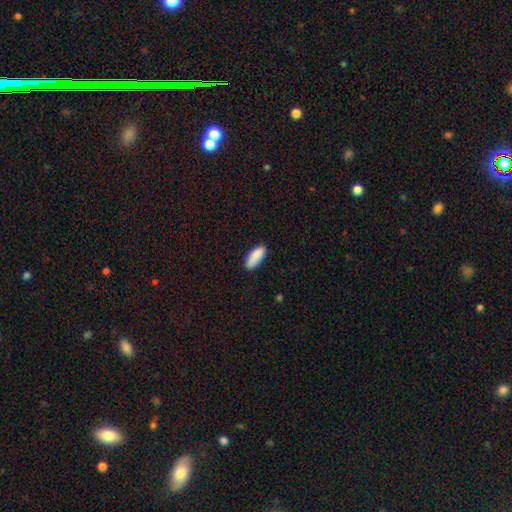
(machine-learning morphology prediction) Q: Smooth or featured?
A: smooth (88%); runner-up: star or artifact (6%)
Q: How rounded?
A: in between (73%); runner-up: cigar-shaped (26%)
Q: Merging?
A: none (81%); runner-up: minor disturbance (15%)